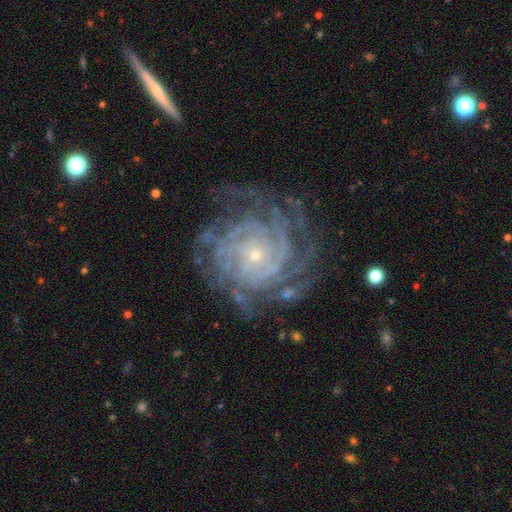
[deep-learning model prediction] Smooth or featured: featured or disk — 89% (star or artifact — 7%)
Edge-on disk: no — 97% (yes — 3%)
Bar: no — 76% (weak — 17%)
Spiral arms: yes — 97% (no — 3%)
Spiral winding: tight — 80% (medium — 17%)
Spiral arm count: 4 — 25% (can't tell — 23%)
Bulge size: small — 84% (moderate — 12%)
Merging: none — 73% (minor disturbance — 17%)